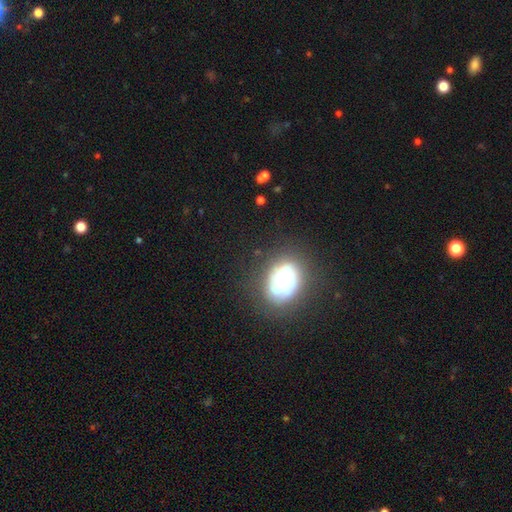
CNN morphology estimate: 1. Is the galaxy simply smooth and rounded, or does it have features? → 55% smooth, 31% star or artifact, 14% featured or disk.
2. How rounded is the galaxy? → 63% round, 35% in between, 2% cigar-shaped.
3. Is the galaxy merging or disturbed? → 80% none, 12% minor disturbance, 6% major disturbance, 3% merger.